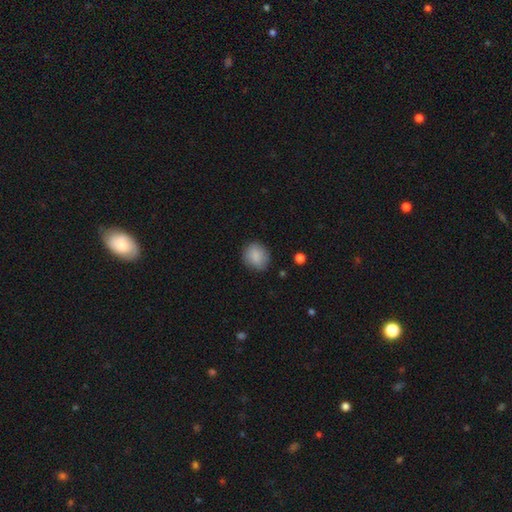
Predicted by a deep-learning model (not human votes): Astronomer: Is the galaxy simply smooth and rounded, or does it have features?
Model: smooth — 86%.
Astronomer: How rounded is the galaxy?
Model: round — 70%.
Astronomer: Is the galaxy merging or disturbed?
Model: none — 80%.